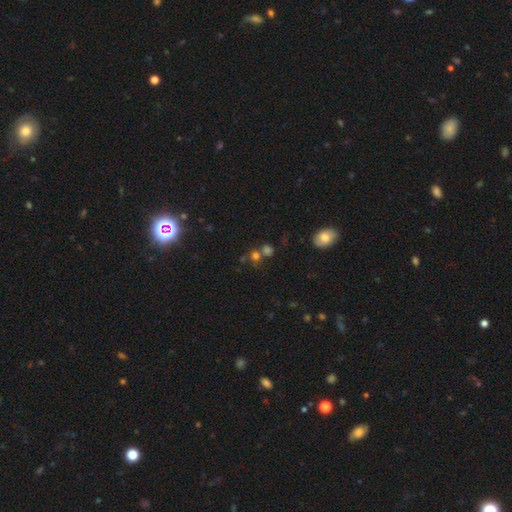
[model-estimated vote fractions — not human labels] A smooth galaxy with no disk features (66%) that is round (84%).

Vote fractions:
- Smooth or featured? smooth: 66% / star or artifact: 24% / featured or disk: 10%
- How rounded? round: 84% / in between: 15% / cigar-shaped: 1%
- Merging? none: 52% / merger: 35% / minor disturbance: 8% / major disturbance: 4%